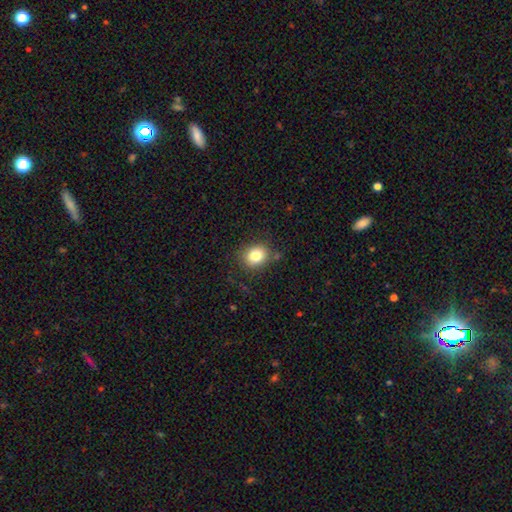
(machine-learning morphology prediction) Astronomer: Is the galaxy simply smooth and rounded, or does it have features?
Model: smooth — 81%.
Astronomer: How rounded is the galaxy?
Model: round — 64%.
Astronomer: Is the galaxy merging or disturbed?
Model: none — 81%.